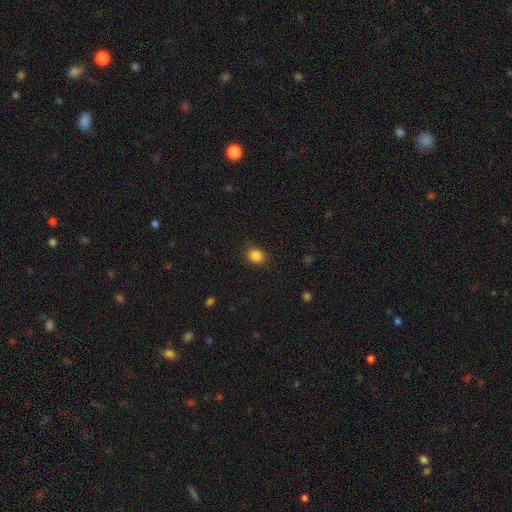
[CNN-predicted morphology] Q: Smooth or featured?
A: smooth (86%); runner-up: star or artifact (10%)
Q: How rounded?
A: round (62%); runner-up: in between (37%)
Q: Merging?
A: none (86%); runner-up: minor disturbance (10%)